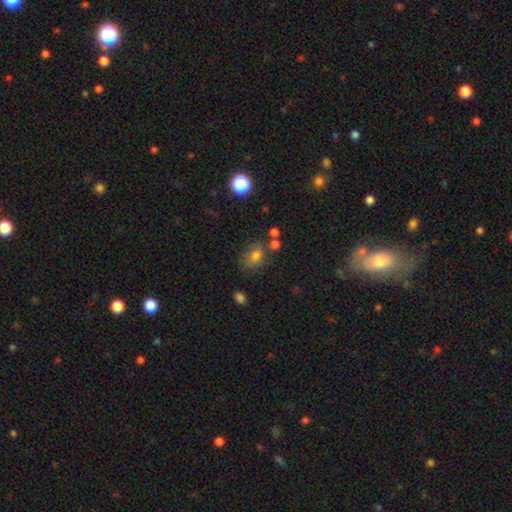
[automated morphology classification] smooth 75%, star or artifact 13%, featured or disk 12%. Down the decision tree: how rounded — in between (59%); merging — none (57%).